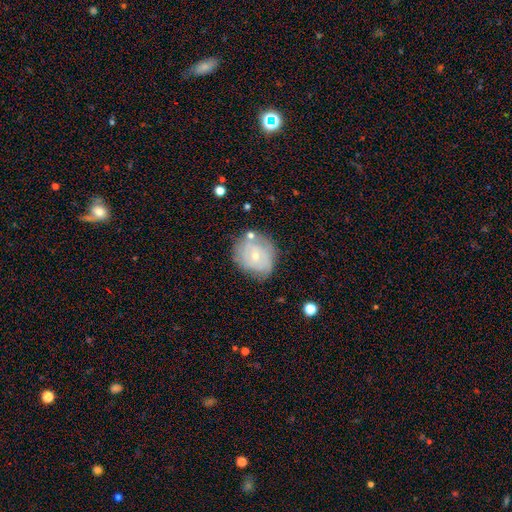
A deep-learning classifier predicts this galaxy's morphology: Smooth or featured? featured or disk (58%)
Edge-on disk? no (97%)
Bar? no (72%)
Spiral arms? yes (68%)
Bulge size? small (61%)
Merging? none (62%)